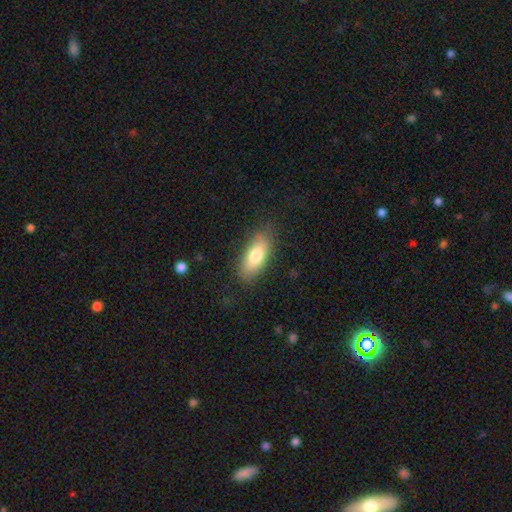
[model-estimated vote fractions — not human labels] The model was most divided on "how rounded": in between: 78%, cigar-shaped: 20%, round: 3%. More confident: merging — none (81%); smooth or featured — smooth (77%).